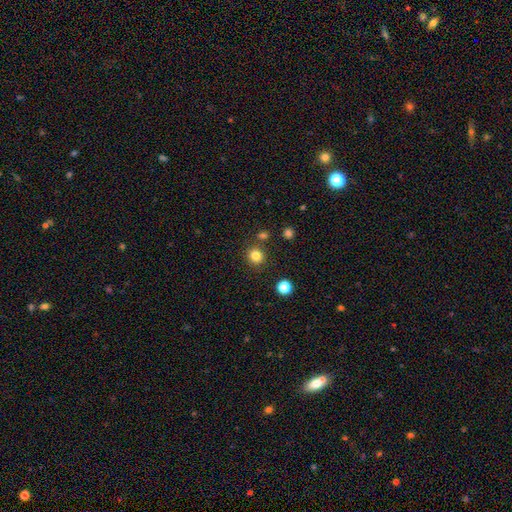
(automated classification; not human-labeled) A smooth galaxy with no disk features (82%) that is round (89%).

Vote fractions:
- Smooth or featured? smooth: 82% / star or artifact: 13% / featured or disk: 5%
- How rounded? round: 89% / in between: 10% / cigar-shaped: 1%
- Merging? none: 85% / minor disturbance: 7% / merger: 5% / major disturbance: 3%